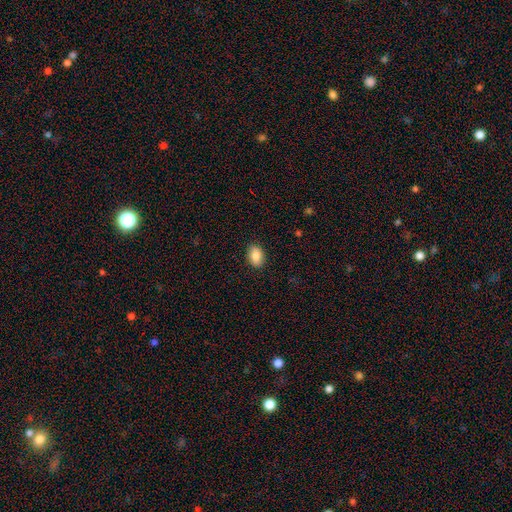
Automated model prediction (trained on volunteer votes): Overall: smooth (86%). How rounded: in between (82%). Merging: none (89%).